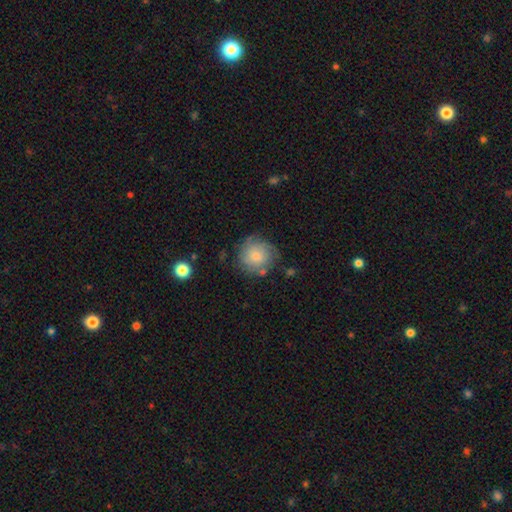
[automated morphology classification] Q: Smooth or featured?
A: smooth (65%); runner-up: featured or disk (27%)
Q: How rounded?
A: round (91%); runner-up: in between (8%)
Q: Merging?
A: none (69%); runner-up: minor disturbance (21%)